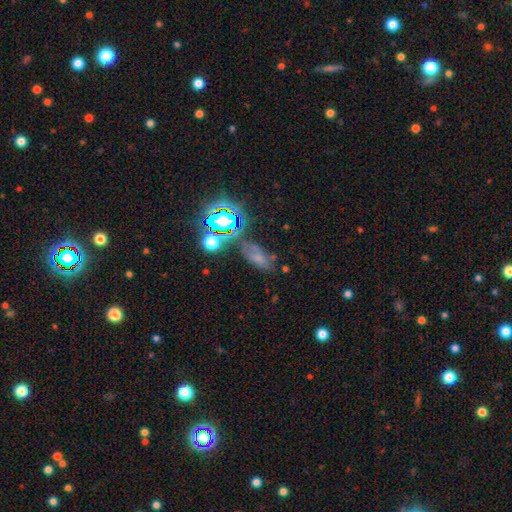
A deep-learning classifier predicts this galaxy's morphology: This is marginally a smooth galaxy (42%). Merging: possibly none (54%).